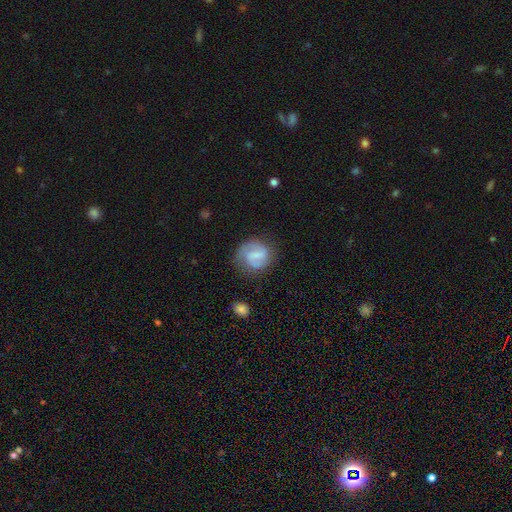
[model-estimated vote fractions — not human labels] Morphology: type=featured or disk (61%); edge-on=no (98%); bar=weak (51%); spiral arms=yes (87%); winding=medium (45%); arm count=2 (77%); bulge=none (44%); merging=none (68%).